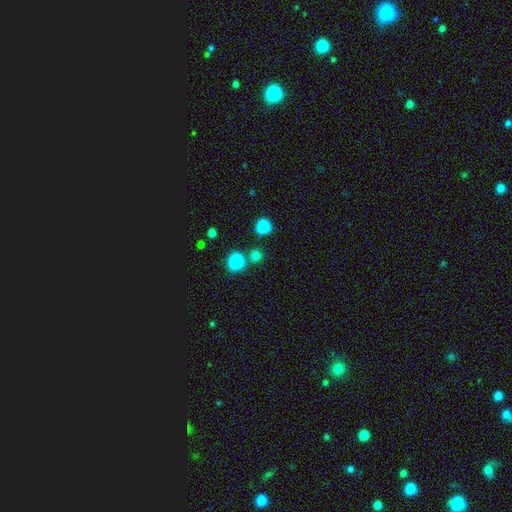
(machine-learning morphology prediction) The model was most divided on "smooth or featured": smooth: 75%, star or artifact: 20%, featured or disk: 5%. More confident: how rounded — round (88%); merging — none (73%).